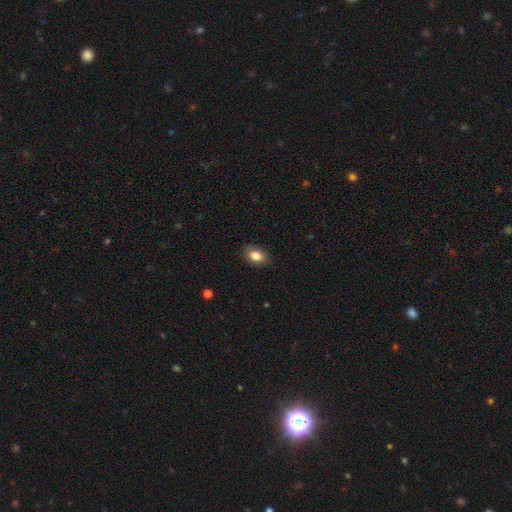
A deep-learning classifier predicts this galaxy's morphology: This is clearly a smooth galaxy (84%). How rounded: clearly in between (81%). Merging: clearly none (87%).